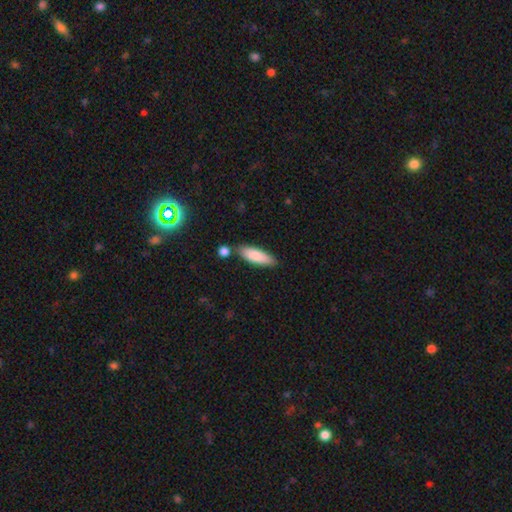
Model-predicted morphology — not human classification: type=smooth (85%); roundness=in between (50%); merging=none (76%).